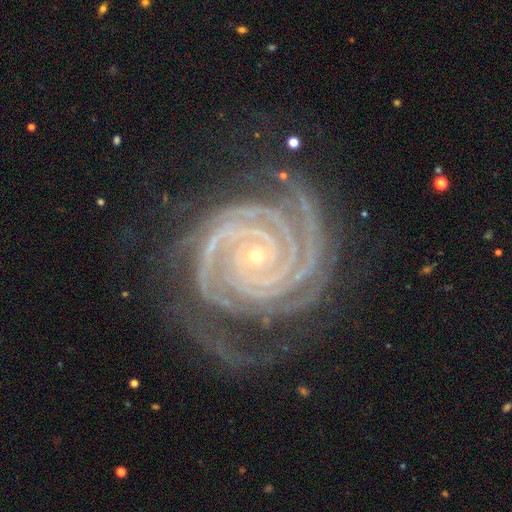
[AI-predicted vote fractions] A featured or disk galaxy (92%) with no bar (65%), 2 (30%) tight (88%) spiral arms (99%) and a small central bulge (85%).

Vote fractions:
- Smooth or featured? featured or disk: 92% / star or artifact: 5% / smooth: 2%
- Edge-on disk? no: 98% / yes: 2%
- Bar? no: 65% / strong: 18% / weak: 17%
- Spiral arms? yes: 99% / no: 1%
- Spiral winding? tight: 88% / medium: 10% / loose: 1%
- Spiral arm count? 2: 30% / 3: 25% / 4: 18% / more than 4: 10% / can't tell: 10% / 1: 8%
- Bulge size? small: 85% / moderate: 12% / none: 1% / large: 1% / dominant: 1%
- Merging? none: 69% / minor disturbance: 20% / major disturbance: 9% / merger: 2%